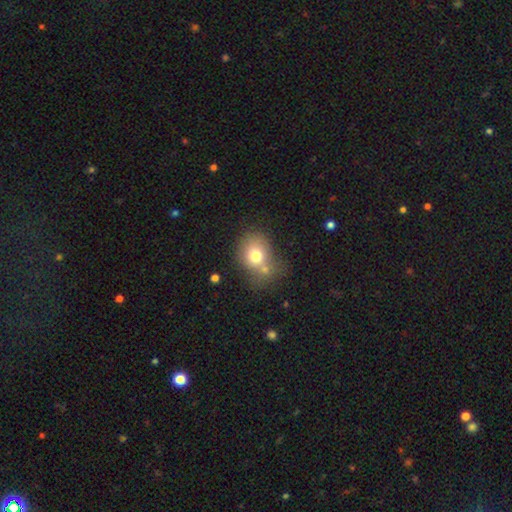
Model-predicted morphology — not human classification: This is likely a smooth galaxy (73%). How rounded: possibly round (54%). Merging: marginally none (39%).